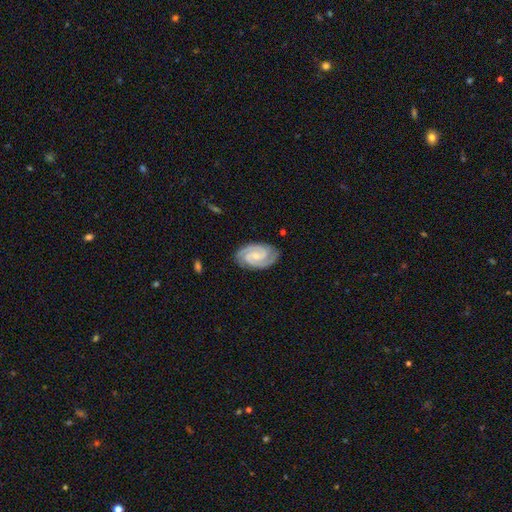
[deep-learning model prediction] Smooth or featured?
  - featured or disk: 90% *
  - smooth: 6%
  - star or artifact: 4%
Edge-on disk?
  - no: 98% *
  - yes: 2%
Bar?
  - no: 45% *
  - weak: 43%
  - strong: 12%
Spiral arms?
  - yes: 98% *
  - no: 2%
Spiral winding?
  - tight: 62% *
  - medium: 34%
  - loose: 4%
Spiral arm count?
  - 2: 84% *
  - 3: 9%
  - can't tell: 3%
  - 4: 2%
  - 1: 1%
  - more than 4: 1%
Bulge size?
  - small: 63% *
  - moderate: 24%
  - none: 10%
  - large: 1%
  - dominant: 1%
Merging?
  - none: 84% *
  - minor disturbance: 12%
  - major disturbance: 3%
  - merger: 1%